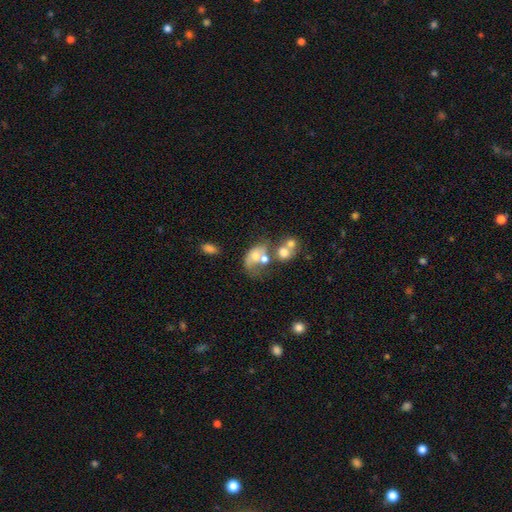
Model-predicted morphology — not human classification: A smooth galaxy with no disk features (51%) that is in between round and cigar-shaped (69%). Merging: merger (51%).